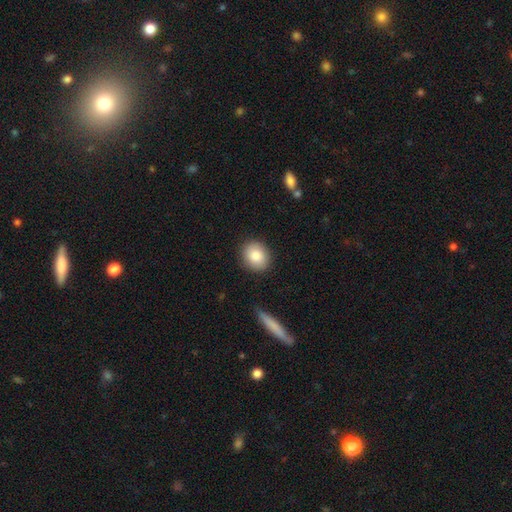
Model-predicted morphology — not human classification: smooth_or_featured: smooth (p=0.86) [alt: star or artifact p=0.07]
how_rounded: round (p=0.68) [alt: in between p=0.31]
merging: none (p=0.87) [alt: minor disturbance p=0.09]